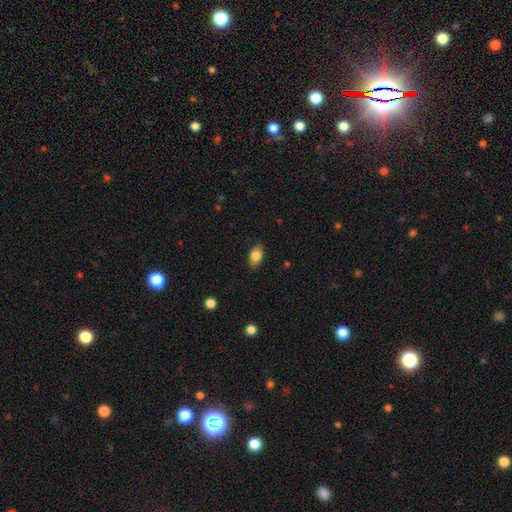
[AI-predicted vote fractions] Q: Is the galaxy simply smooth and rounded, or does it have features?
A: smooth — 83%.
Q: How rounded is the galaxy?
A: in between — 89%.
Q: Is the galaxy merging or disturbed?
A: none — 88%.